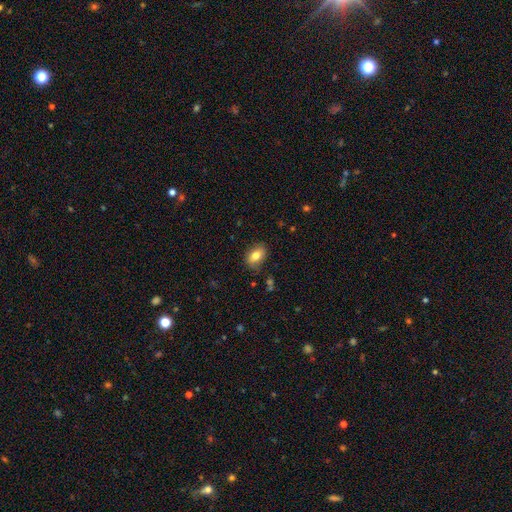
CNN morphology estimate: smooth-or-featured: smooth: 79% | featured or disk: 13% | star or artifact: 8%
  how-rounded: in between: 80% | round: 18% | cigar-shaped: 2%
  merging: none: 80% | minor disturbance: 15% | major disturbance: 3% | merger: 2%